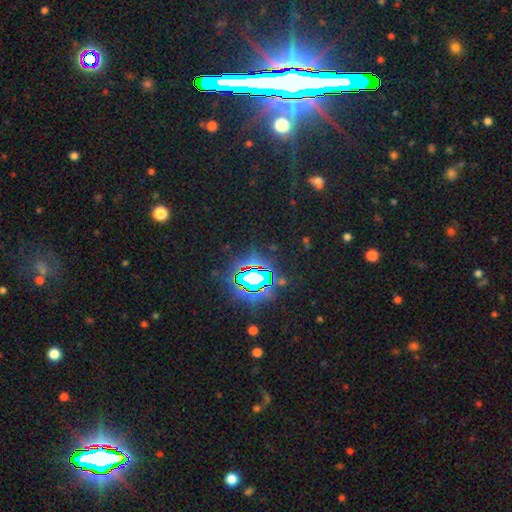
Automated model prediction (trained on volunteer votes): A star or artifact, not a galaxy (84%).

Vote fractions:
- Smooth or featured? star or artifact: 84% / smooth: 8% / featured or disk: 8%